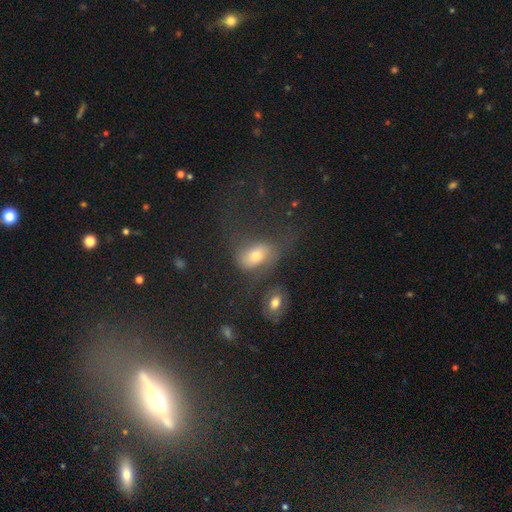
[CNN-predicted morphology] This is possibly a smooth galaxy (60%). How rounded: clearly in between (85%). Merging: marginally none (33%).